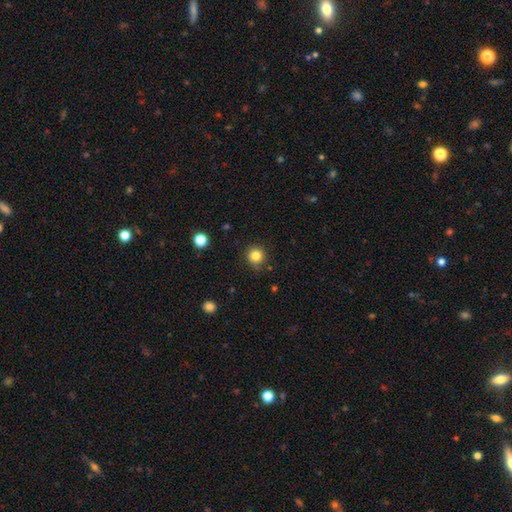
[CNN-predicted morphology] smooth 83%, star or artifact 12%, featured or disk 5%. Down the decision tree: how rounded — round (93%); merging — none (88%).